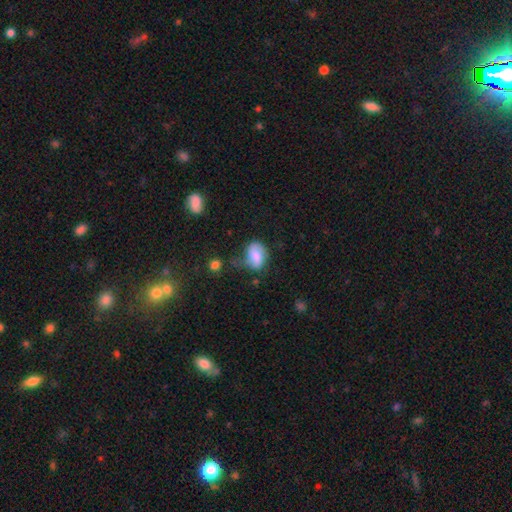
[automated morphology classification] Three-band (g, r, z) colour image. It shows a smooth galaxy with no disk features (61%) that is in between round and cigar-shaped (77%). Merging: none (41%).